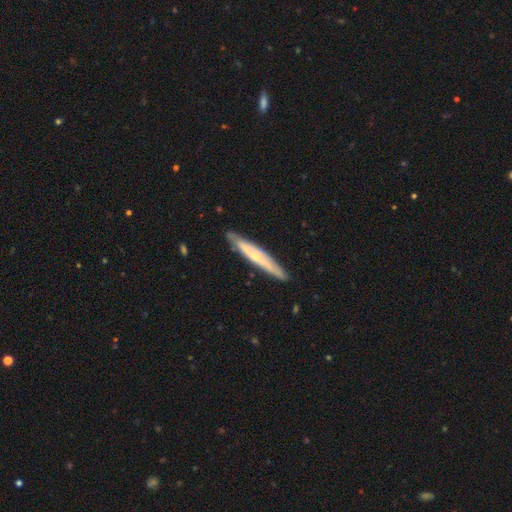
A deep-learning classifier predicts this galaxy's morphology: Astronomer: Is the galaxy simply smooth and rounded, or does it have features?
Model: featured or disk — 59% (runner-up: smooth, 36%).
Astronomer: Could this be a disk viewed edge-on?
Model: yes — 80%.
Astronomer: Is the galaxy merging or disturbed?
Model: none — 84%.